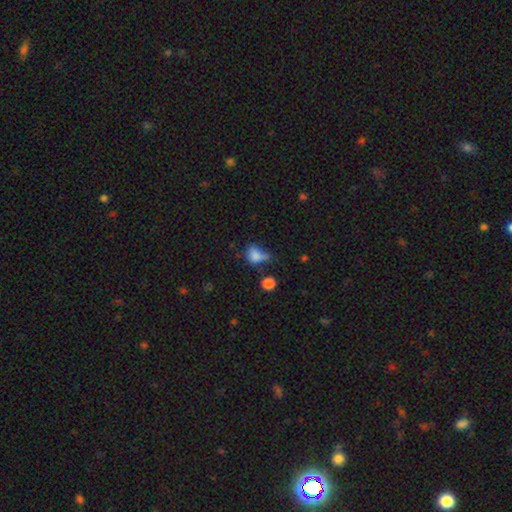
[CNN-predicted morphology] This appears to be a smooth galaxy with no disk features (76%) that is in between round and cigar-shaped (62%). Merging: minor disturbance (32%).